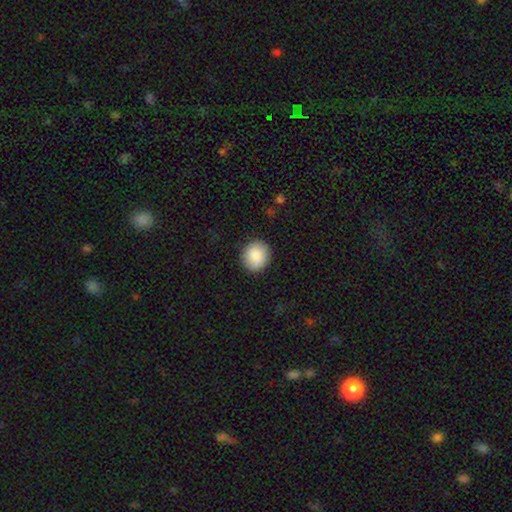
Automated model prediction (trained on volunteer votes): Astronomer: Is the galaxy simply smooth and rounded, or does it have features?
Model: smooth — 88%.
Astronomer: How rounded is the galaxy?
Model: round — 85%.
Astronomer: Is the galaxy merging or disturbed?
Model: none — 90%.